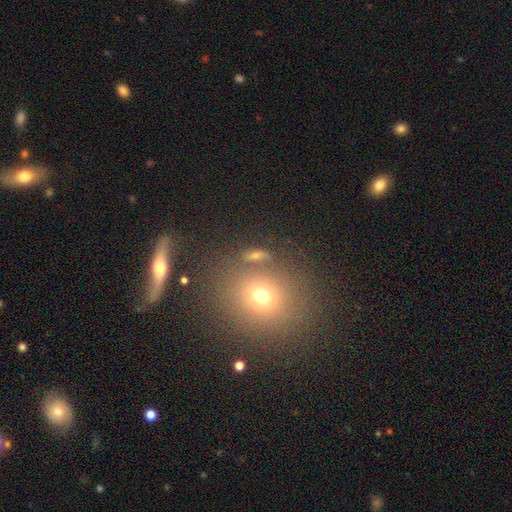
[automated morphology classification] smooth-or-featured: smooth: 57% | star or artifact: 25% | featured or disk: 18%
  how-rounded: round: 77% | in between: 20% | cigar-shaped: 3%
  merging: none: 75% | merger: 10% | minor disturbance: 10% | major disturbance: 4%